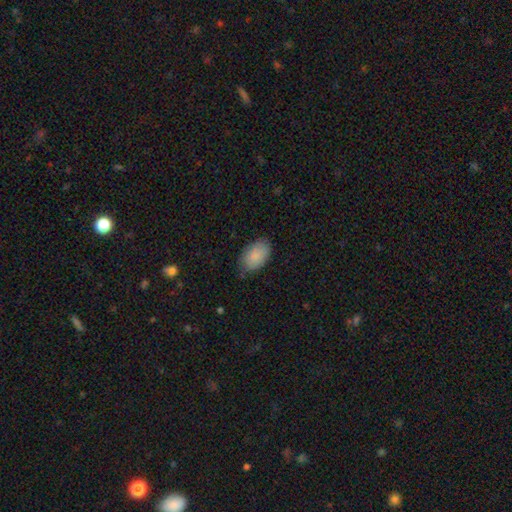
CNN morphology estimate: This appears to be a smooth galaxy with no disk features (88%) that is in between round and cigar-shaped (93%). Merging: none (74%).